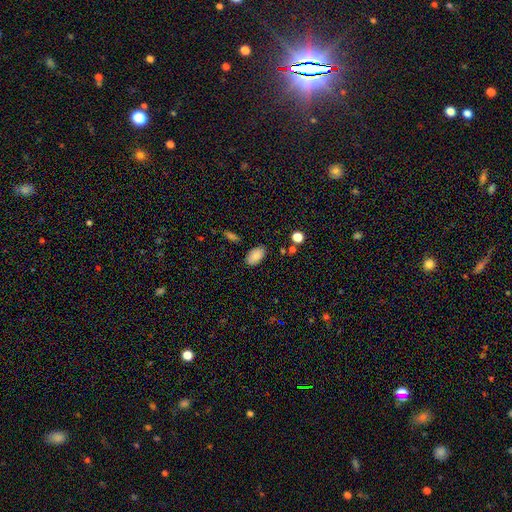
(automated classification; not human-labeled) A smooth galaxy with no disk features (83%) that is in between round and cigar-shaped (92%).

Vote fractions:
- Smooth or featured? smooth: 83% / star or artifact: 9% / featured or disk: 8%
- How rounded? in between: 92% / round: 6% / cigar-shaped: 2%
- Merging? none: 80% / minor disturbance: 14% / major disturbance: 3% / merger: 3%